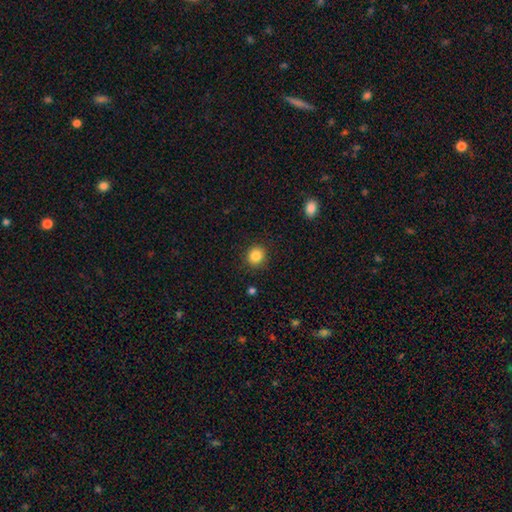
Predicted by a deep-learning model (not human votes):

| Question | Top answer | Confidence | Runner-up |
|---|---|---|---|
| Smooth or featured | smooth | 86% | star or artifact (10%) |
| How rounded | round | 85% | in between (14%) |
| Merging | none | 90% | minor disturbance (6%) |